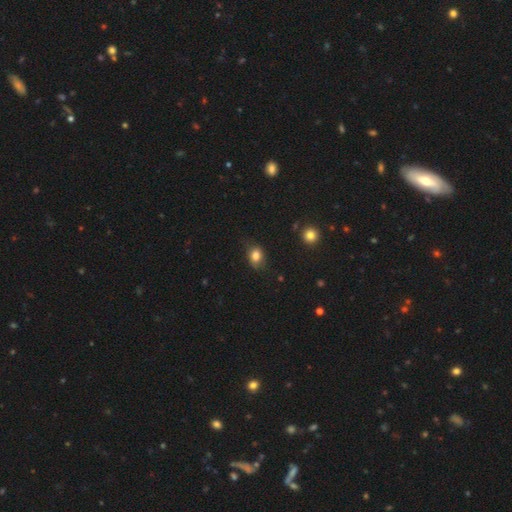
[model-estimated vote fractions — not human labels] Smooth or featured?
  - smooth: 82% *
  - star or artifact: 10%
  - featured or disk: 8%
How rounded?
  - in between: 63% *
  - round: 36%
  - cigar-shaped: 1%
Merging?
  - none: 70% *
  - minor disturbance: 23%
  - major disturbance: 6%
  - merger: 1%